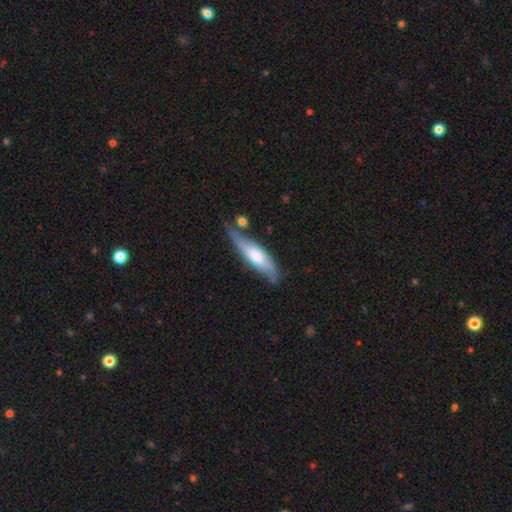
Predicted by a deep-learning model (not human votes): Smooth or featured?
  - smooth: 47% * (tied)
  - featured or disk: 47% * (tied)
  - star or artifact: 6%
Merging?
  - none: 58% *
  - minor disturbance: 25%
  - merger: 10%
  - major disturbance: 7%